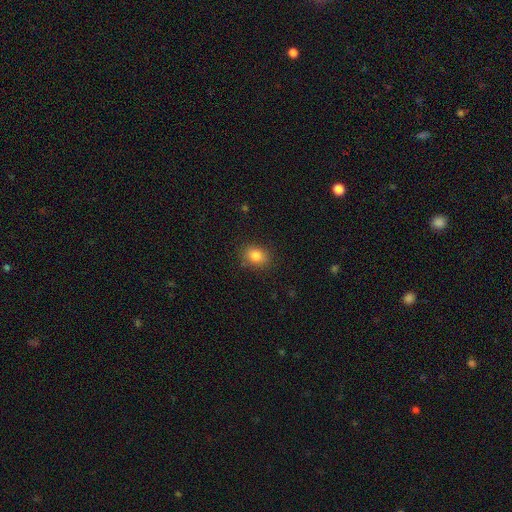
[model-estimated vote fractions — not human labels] Smooth or featured? Predicted: smooth (p=0.84). How rounded? Predicted: in between (p=0.67). Merging? Predicted: none (p=0.84).